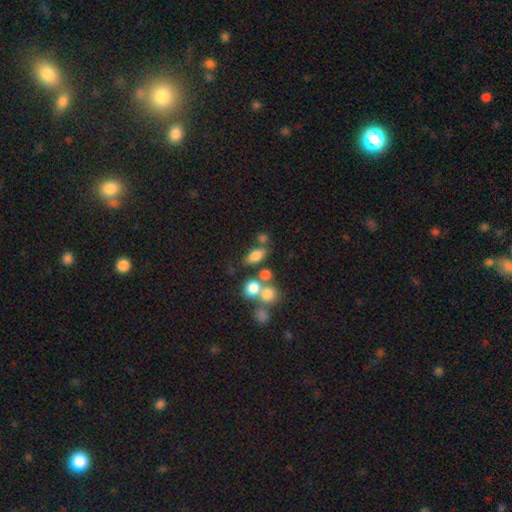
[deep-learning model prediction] Smooth or featured?
  - smooth: 75% *
  - featured or disk: 13%
  - star or artifact: 12%
How rounded?
  - in between: 80% *
  - round: 16%
  - cigar-shaped: 4%
Merging?
  - none: 56% *
  - merger: 26%
  - minor disturbance: 12%
  - major disturbance: 6%